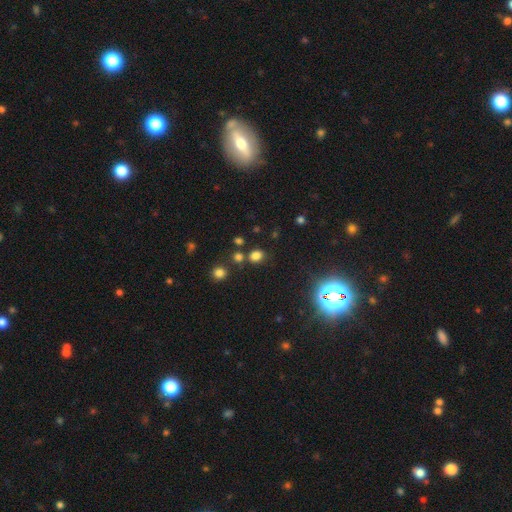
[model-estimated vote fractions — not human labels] Overall: smooth (74%). How rounded: round (58%; in between 41%). Merging: none (75%).